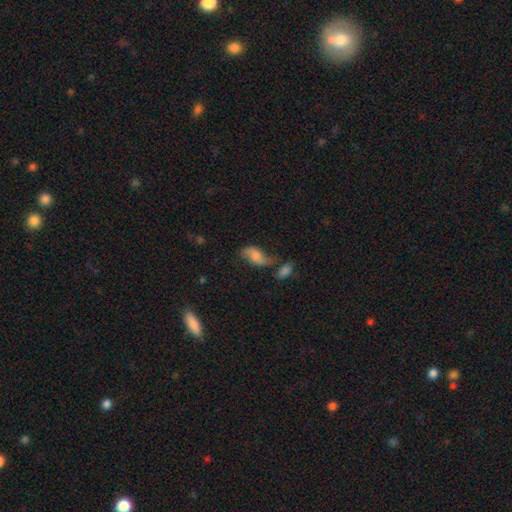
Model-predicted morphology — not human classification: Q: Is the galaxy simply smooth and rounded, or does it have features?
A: smooth — 45%, tied with featured or disk.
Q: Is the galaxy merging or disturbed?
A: none — 46%.